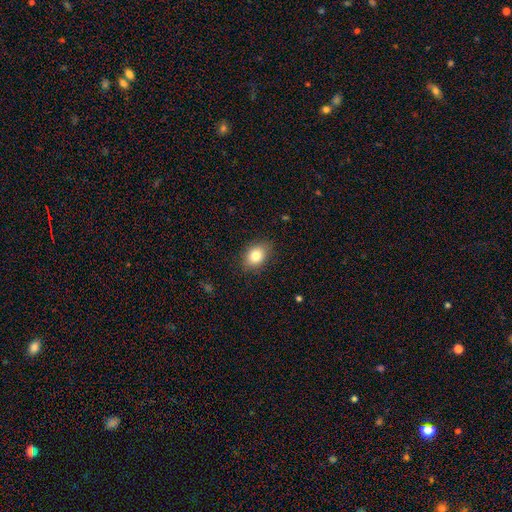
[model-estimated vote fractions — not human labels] smooth 83%, star or artifact 9%, featured or disk 8%. Down the decision tree: how rounded — in between (70%); merging — none (85%).